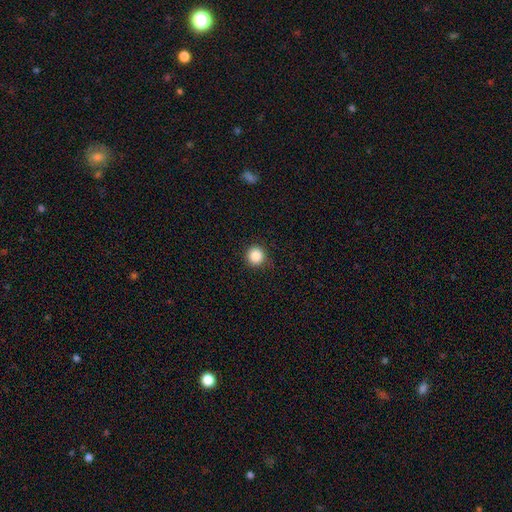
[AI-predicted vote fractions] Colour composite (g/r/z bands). It shows a smooth galaxy with no disk features (87%) that is round (94%). Merging: none (90%).